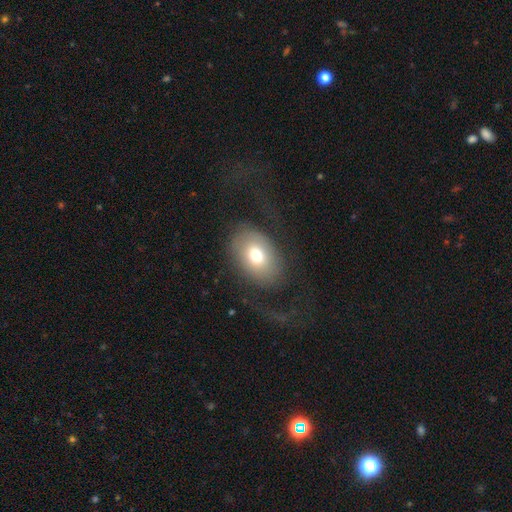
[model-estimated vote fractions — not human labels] Morphology: type=smooth (68%); roundness=in between (77%); merging=none (58%).